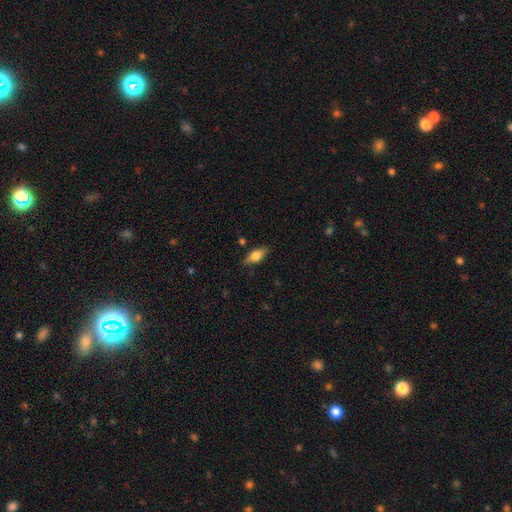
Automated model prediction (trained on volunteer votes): Smooth or featured: smooth — 60% (featured or disk — 33%)
How rounded: in between — 74% (cigar-shaped — 22%)
Merging: none — 83% (minor disturbance — 13%)